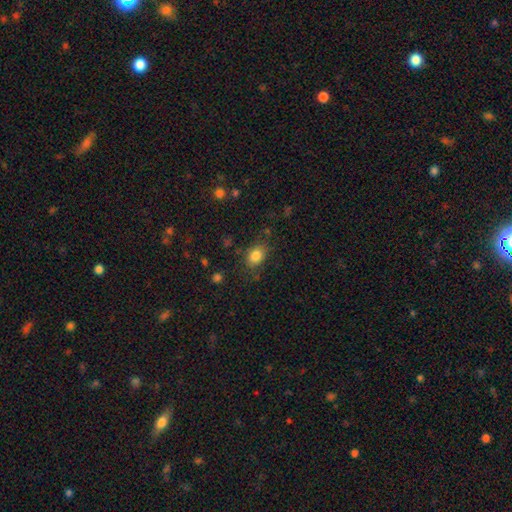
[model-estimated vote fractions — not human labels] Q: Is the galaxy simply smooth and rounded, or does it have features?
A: smooth — 83%.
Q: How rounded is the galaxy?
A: in between — 71%.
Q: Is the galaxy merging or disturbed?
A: none — 77%.